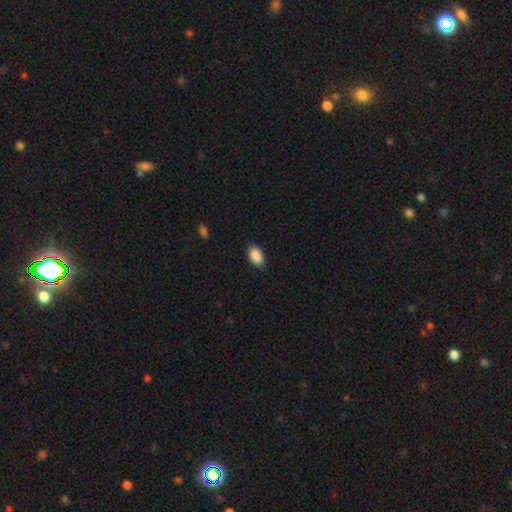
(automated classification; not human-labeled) A smooth galaxy with no disk features (90%) that is in between round and cigar-shaped (93%).

Vote fractions:
- Smooth or featured? smooth: 90% / star or artifact: 7% / featured or disk: 3%
- How rounded? in between: 93% / round: 5% / cigar-shaped: 2%
- Merging? none: 88% / minor disturbance: 9% / major disturbance: 2% / merger: 1%